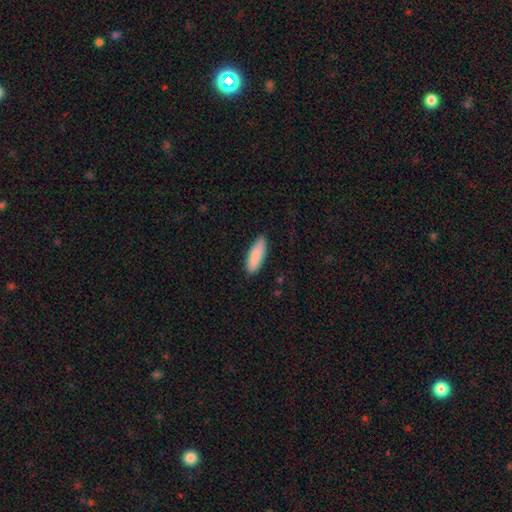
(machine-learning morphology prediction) smooth_or_featured: smooth (p=0.89) [alt: star or artifact p=0.06]
how_rounded: in between (p=0.56) [alt: cigar-shaped p=0.42]
merging: none (p=0.86) [alt: minor disturbance p=0.12]